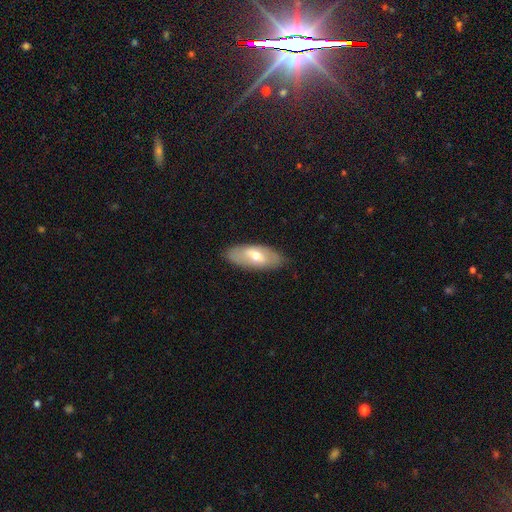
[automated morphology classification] type=smooth (51%); roundness=in between (83%); merging=none (83%).